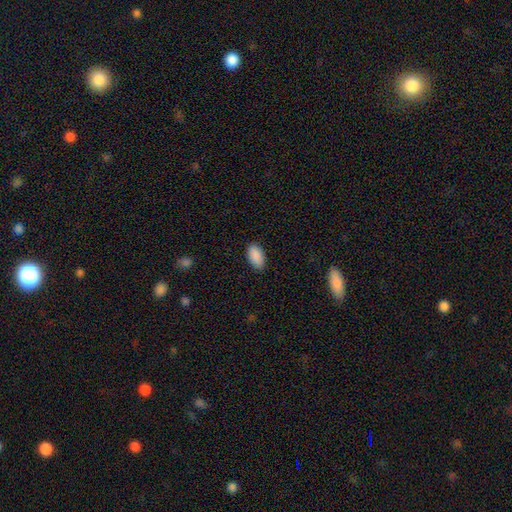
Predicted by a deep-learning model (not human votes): Smooth or featured? smooth (90%)
How rounded? in between (95%)
Merging? none (87%)